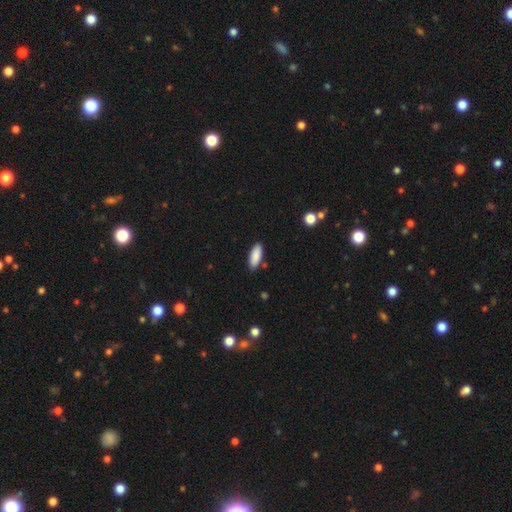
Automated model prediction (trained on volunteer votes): Smooth or featured: smooth — 88% (star or artifact — 6%)
How rounded: in between — 76% (cigar-shaped — 23%)
Merging: none — 85% (minor disturbance — 11%)